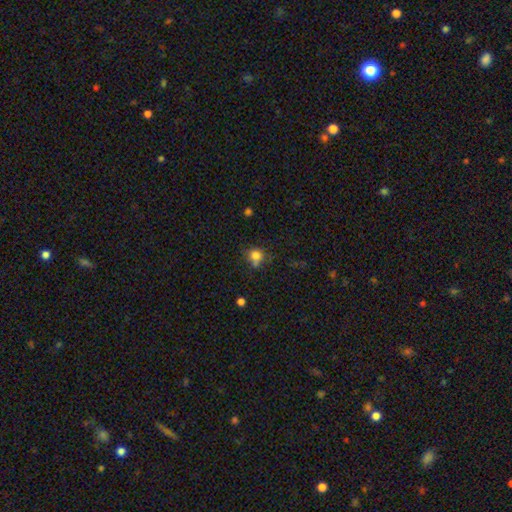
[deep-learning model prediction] smooth_or_featured: smooth (p=0.77) [alt: star or artifact p=0.13]
how_rounded: round (p=0.77) [alt: in between p=0.22]
merging: none (p=0.57) [alt: minor disturbance p=0.20]